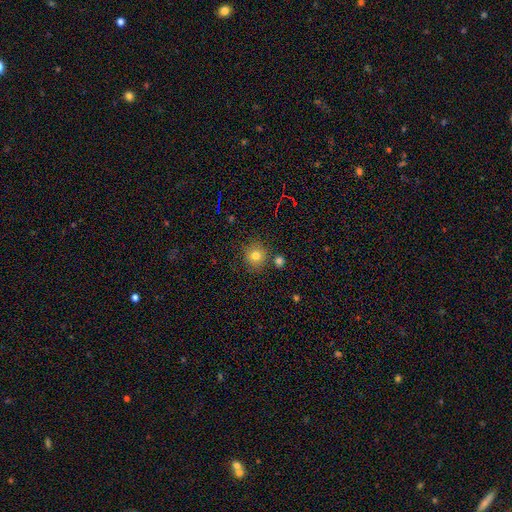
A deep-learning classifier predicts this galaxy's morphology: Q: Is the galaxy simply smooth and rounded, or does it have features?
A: smooth — 78%.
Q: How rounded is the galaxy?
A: round — 91%.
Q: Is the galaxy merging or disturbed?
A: none — 81%.